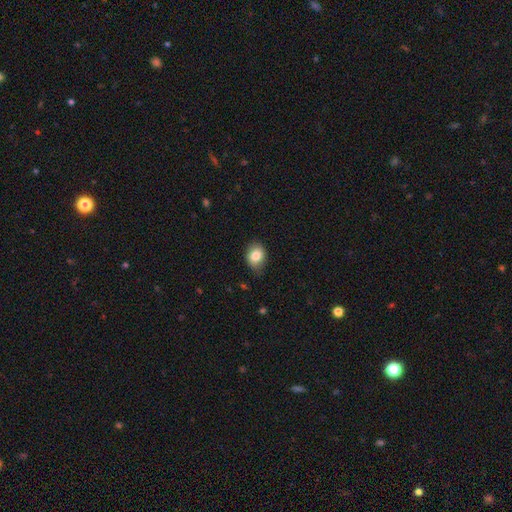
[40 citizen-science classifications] Smooth or featured?
  - smooth: 78% *
  - star or artifact: 12%
  - featured or disk: 10%
How rounded?
  - round: 58% *
  - in between: 42%
  - cigar-shaped: 0%
Merging?
  - none: 69% *
  - minor disturbance: 26%
  - major disturbance: 6%
  - merger: 0%